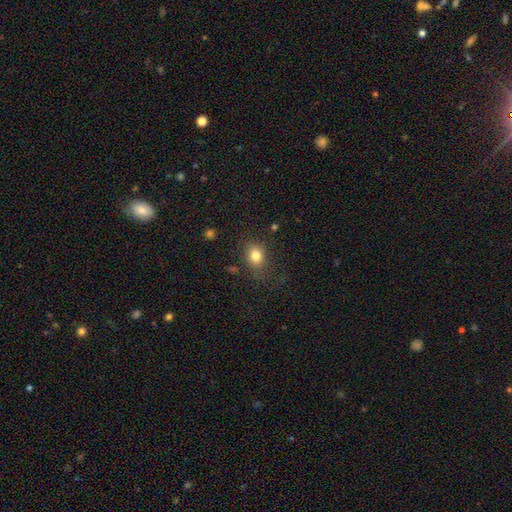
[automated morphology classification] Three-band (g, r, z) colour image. It shows a smooth galaxy with no disk features (80%) that is in between round and cigar-shaped (58%). Merging: none (69%).